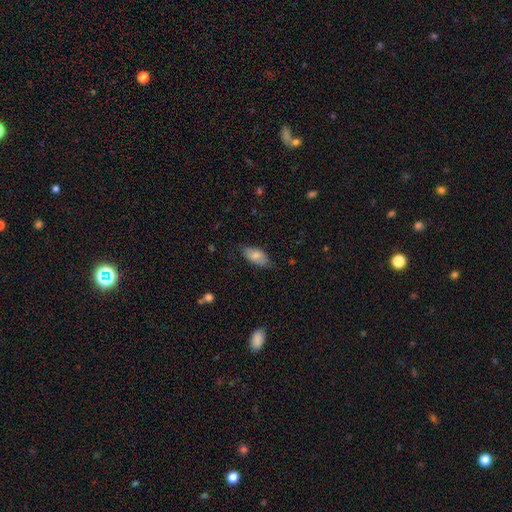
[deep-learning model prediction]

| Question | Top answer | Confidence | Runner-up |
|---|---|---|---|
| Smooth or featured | smooth | 79% | featured or disk (14%) |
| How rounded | in between | 89% | cigar-shaped (8%) |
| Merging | none | 72% | minor disturbance (22%) |